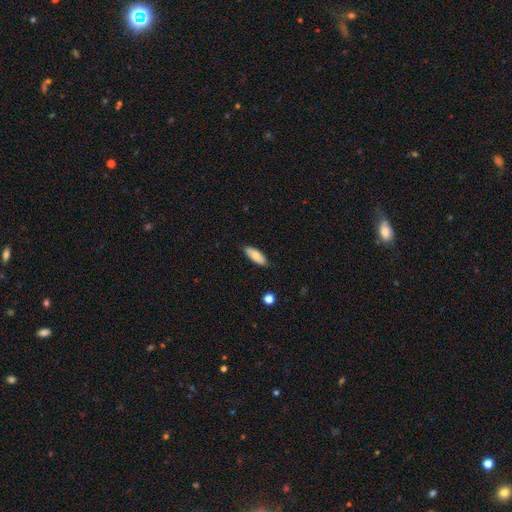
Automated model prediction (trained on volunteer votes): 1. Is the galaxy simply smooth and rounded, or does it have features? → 80% smooth, 14% featured or disk, 6% star or artifact.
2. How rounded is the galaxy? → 70% in between, 28% cigar-shaped, 2% round.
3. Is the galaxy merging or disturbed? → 86% none, 11% minor disturbance, 2% major disturbance, 1% merger.